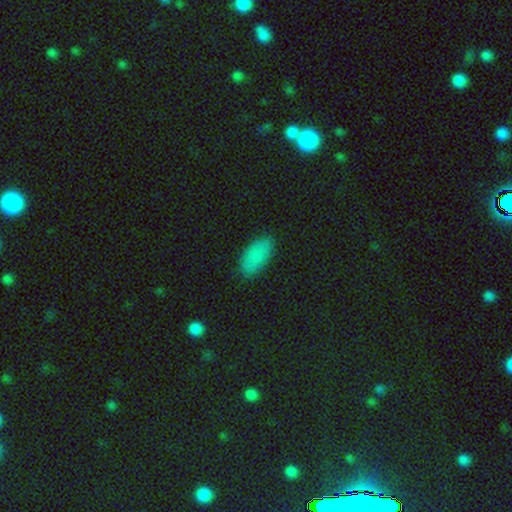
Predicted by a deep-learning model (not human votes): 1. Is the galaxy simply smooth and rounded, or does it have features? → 86% smooth, 9% star or artifact, 5% featured or disk.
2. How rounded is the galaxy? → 91% in between, 7% cigar-shaped, 2% round.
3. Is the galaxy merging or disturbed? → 86% none, 11% minor disturbance, 2% major disturbance, 1% merger.